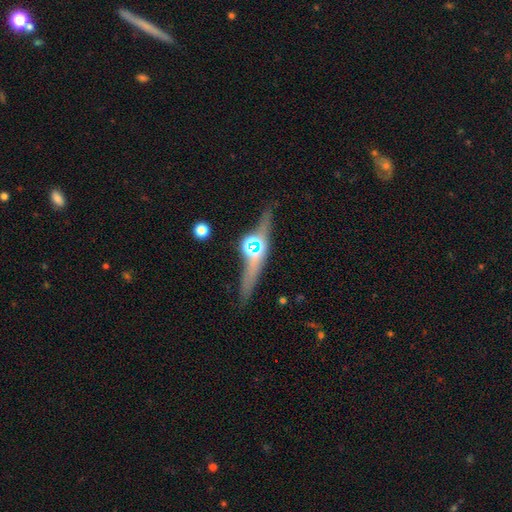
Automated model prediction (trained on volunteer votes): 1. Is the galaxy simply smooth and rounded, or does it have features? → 66% featured or disk, 20% smooth, 14% star or artifact.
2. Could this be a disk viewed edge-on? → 89% yes, 11% no.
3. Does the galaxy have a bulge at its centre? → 78% rounded, 12% none, 10% boxy.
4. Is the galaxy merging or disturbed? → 71% none, 14% minor disturbance, 9% merger, 7% major disturbance.